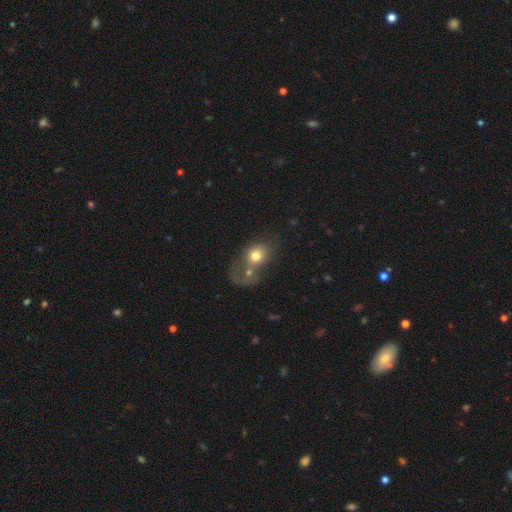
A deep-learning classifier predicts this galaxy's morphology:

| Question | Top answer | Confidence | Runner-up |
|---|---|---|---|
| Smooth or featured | smooth | 70% | featured or disk (20%) |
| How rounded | round | 54% | in between (45%) |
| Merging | merger | 62% | none (18%) |